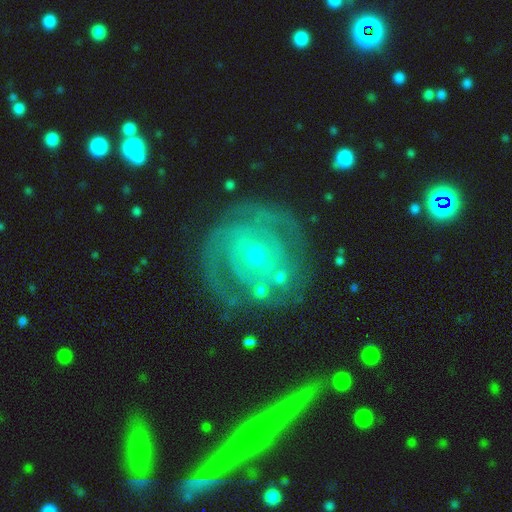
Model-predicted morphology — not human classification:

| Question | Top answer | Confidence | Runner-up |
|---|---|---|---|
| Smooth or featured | featured or disk | 82% | smooth (11%) |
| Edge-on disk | no | 96% | yes (4%) |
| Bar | no | 59% | weak (31%) |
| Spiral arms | yes | 87% | no (13%) |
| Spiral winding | tight | 70% | medium (23%) |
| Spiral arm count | can't tell | 38% | 2 (29%) |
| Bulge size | small | 61% | moderate (35%) |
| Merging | none | 72% | minor disturbance (16%) |